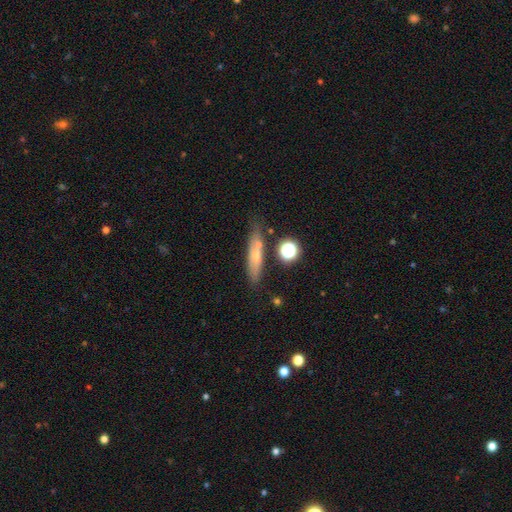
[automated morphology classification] smooth-or-featured: smooth: 52% | featured or disk: 36% | star or artifact: 12%
  how-rounded: cigar-shaped: 78% | in between: 16% | round: 6%
  merging: none: 75% | minor disturbance: 14% | merger: 7% | major disturbance: 4%